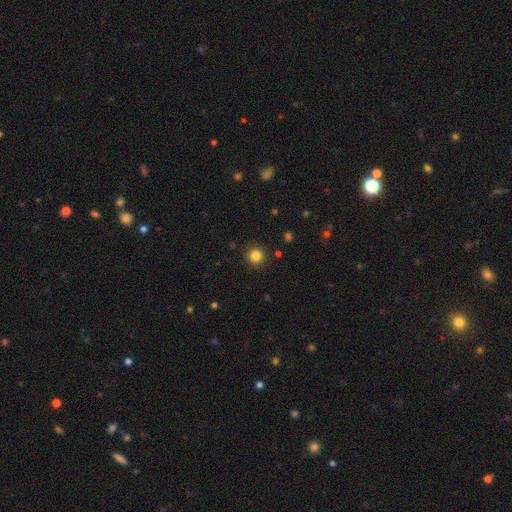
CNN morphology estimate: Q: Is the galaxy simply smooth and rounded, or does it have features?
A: smooth — 83%.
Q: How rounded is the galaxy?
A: round — 95%.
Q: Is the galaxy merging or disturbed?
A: none — 91%.